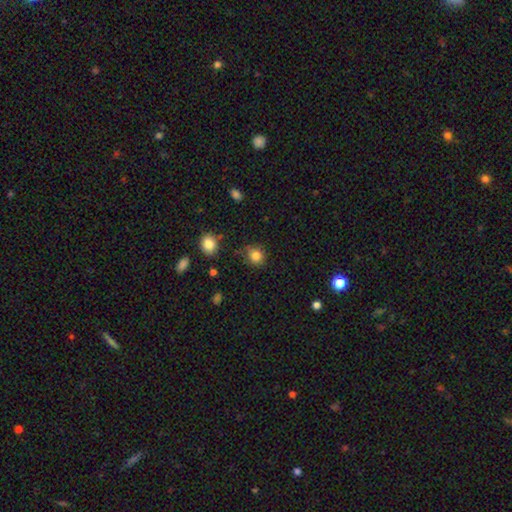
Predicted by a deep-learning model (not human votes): Smooth or featured? Predicted: smooth (p=0.83). How rounded? Predicted: round (p=0.83). Merging? Predicted: none (p=0.80).